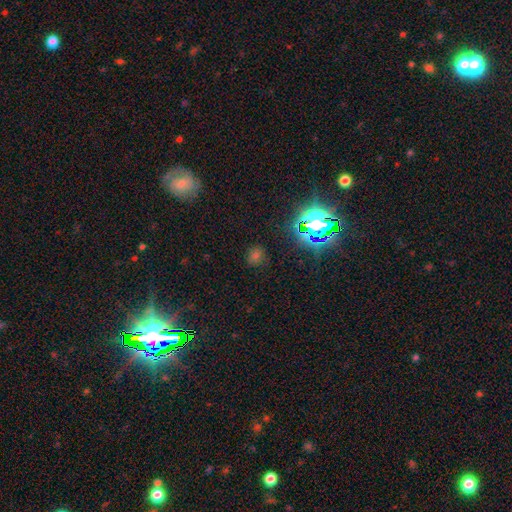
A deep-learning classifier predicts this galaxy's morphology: Smooth or featured? Predicted: star or artifact (p=0.54).